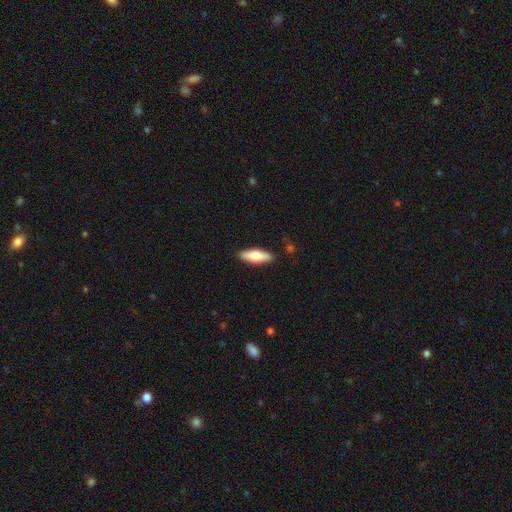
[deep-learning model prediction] Overall: smooth (74%). How rounded: in between (54%; cigar-shaped 44%). Merging: none (88%).